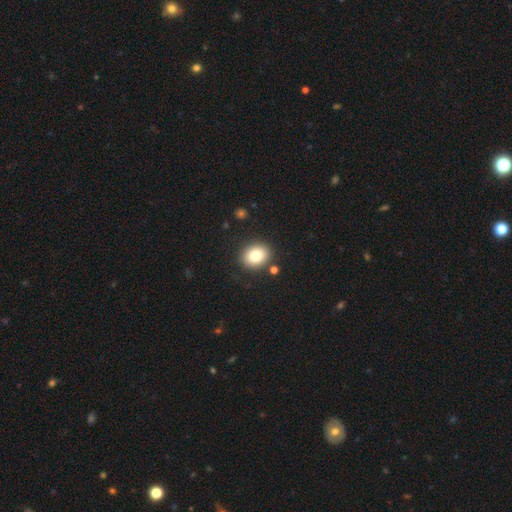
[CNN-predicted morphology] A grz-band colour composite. It shows a smooth galaxy with no disk features (80%) that is round (59%). Merging: none (86%).